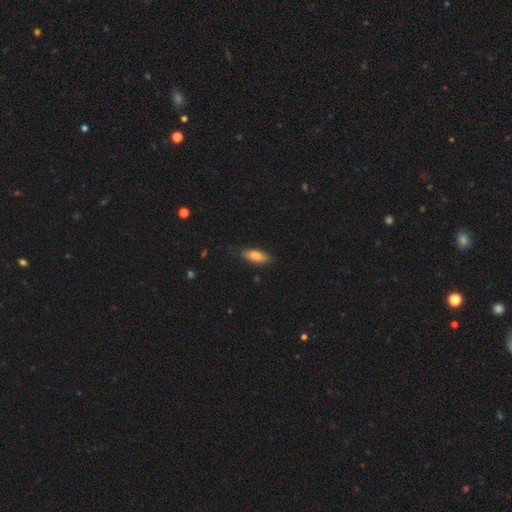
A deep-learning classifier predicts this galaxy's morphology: This is likely a smooth galaxy (78%). How rounded: likely in between (72%). Merging: clearly none (82%).